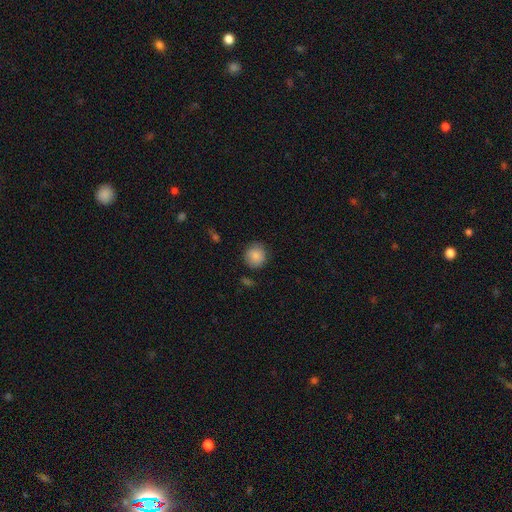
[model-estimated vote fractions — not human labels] Smooth or featured? Predicted: smooth (p=0.86). How rounded? Predicted: round (p=0.90). Merging? Predicted: none (p=0.83).